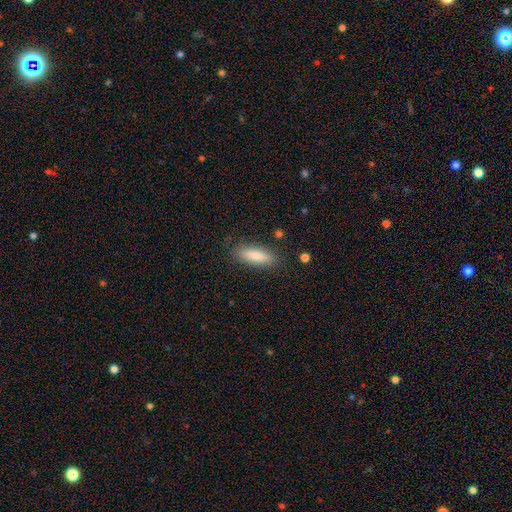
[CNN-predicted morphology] Smooth or featured: smooth — 83% (featured or disk — 10%)
How rounded: cigar-shaped — 51% (in between — 47%)
Merging: none — 86% (minor disturbance — 10%)